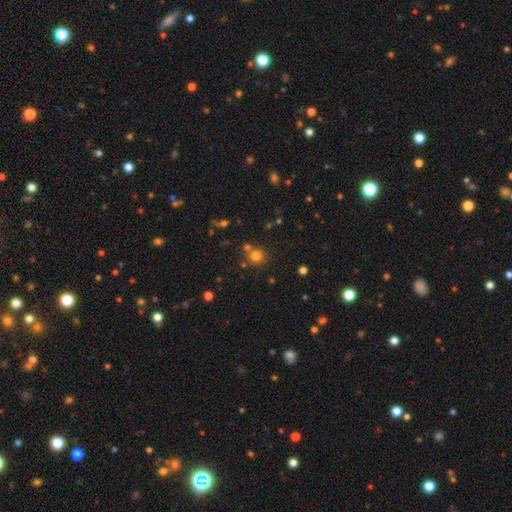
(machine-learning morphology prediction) smooth-or-featured: smooth: 75% | star or artifact: 17% | featured or disk: 8%
  how-rounded: round: 87% | in between: 12% | cigar-shaped: 1%
  merging: none: 69% | merger: 19% | minor disturbance: 9% | major disturbance: 3%